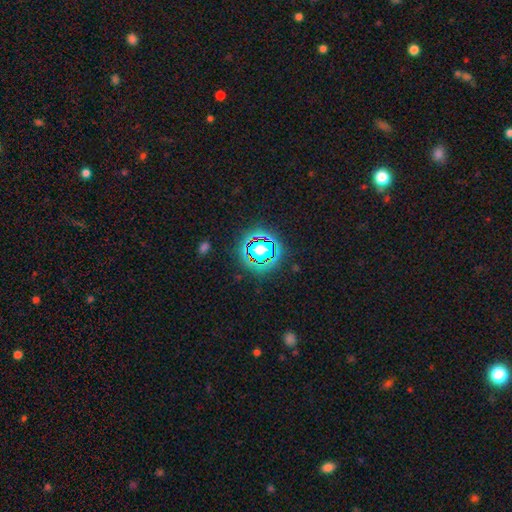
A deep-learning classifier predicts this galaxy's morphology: Smooth or featured?
  - star or artifact: 76% *
  - smooth: 15%
  - featured or disk: 9%